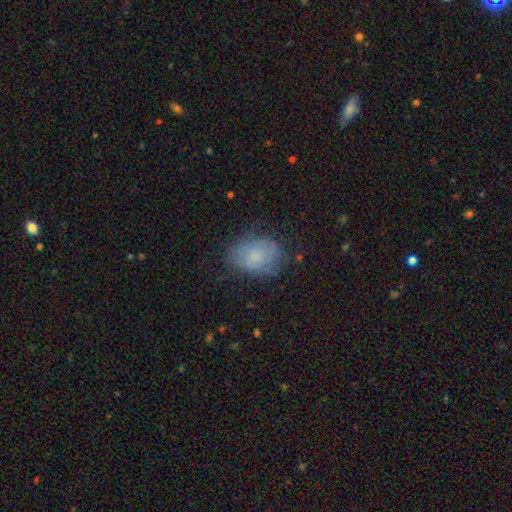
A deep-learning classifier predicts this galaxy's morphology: smooth-or-featured: smooth: 69% | featured or disk: 22% | star or artifact: 9%
  how-rounded: in between: 78% | round: 20% | cigar-shaped: 1%
  merging: none: 64% | minor disturbance: 25% | major disturbance: 9% | merger: 1%